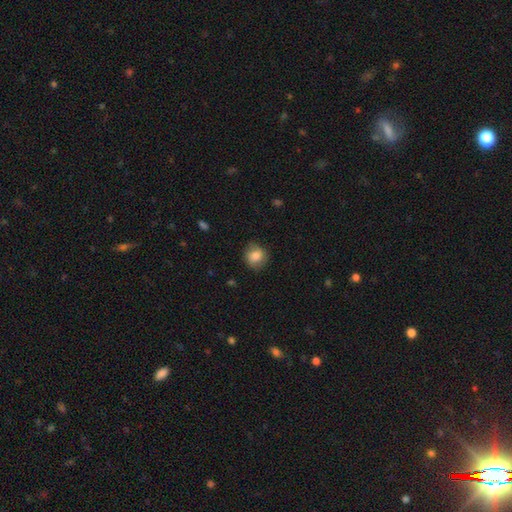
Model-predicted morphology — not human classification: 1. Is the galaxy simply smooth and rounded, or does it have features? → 80% smooth, 11% featured or disk, 9% star or artifact.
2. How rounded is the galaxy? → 85% round, 14% in between, 1% cigar-shaped.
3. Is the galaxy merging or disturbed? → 80% none, 15% minor disturbance, 4% major disturbance, 1% merger.